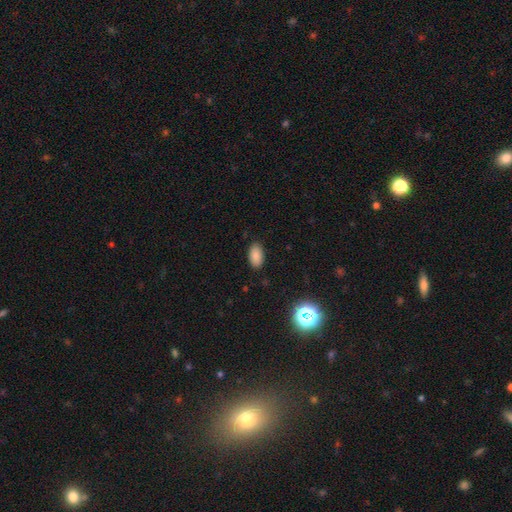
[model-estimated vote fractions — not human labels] Morphology: type=smooth (85%); roundness=in between (94%); merging=none (87%).